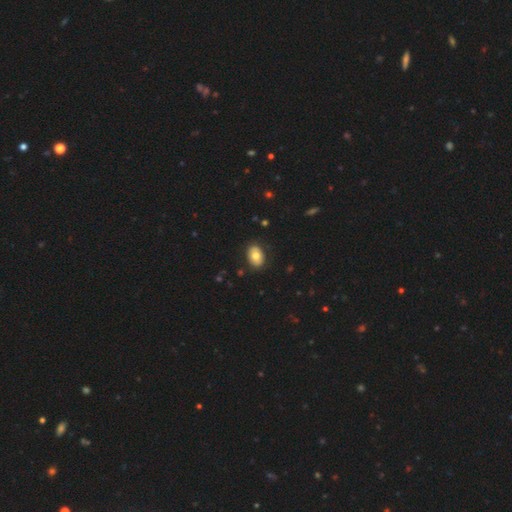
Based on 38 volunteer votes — Smooth or featured? smooth (76%)
How rounded? in between (55%)
Merging? none (81%)